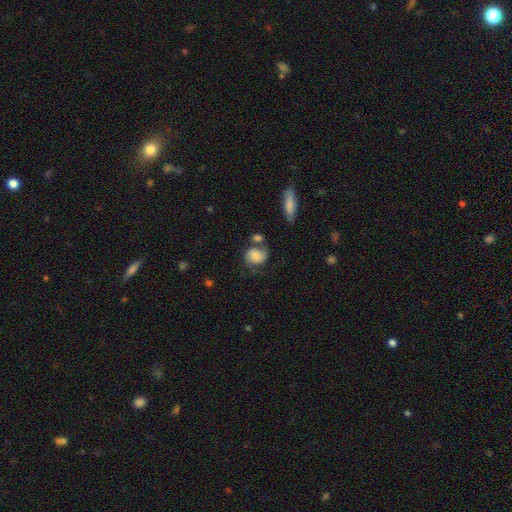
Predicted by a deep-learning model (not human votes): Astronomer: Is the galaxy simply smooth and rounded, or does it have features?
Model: smooth — 60%.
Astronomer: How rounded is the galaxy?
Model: round — 57% (runner-up: in between, 41%).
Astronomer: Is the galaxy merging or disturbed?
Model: none — 48%.